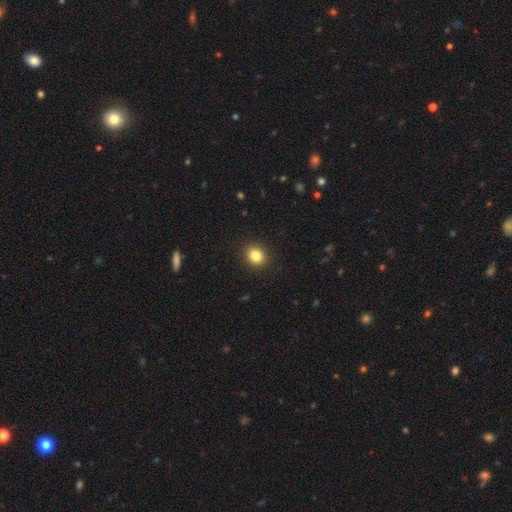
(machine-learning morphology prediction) This is clearly a smooth galaxy (84%). How rounded: likely round (77%). Merging: clearly none (91%).